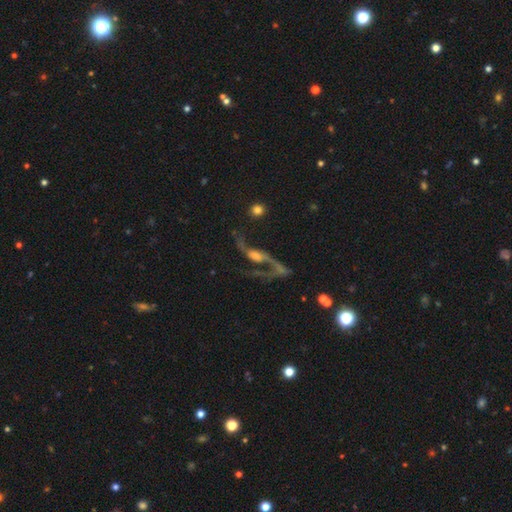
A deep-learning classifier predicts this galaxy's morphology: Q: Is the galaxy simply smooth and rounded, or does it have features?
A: featured or disk — 84%.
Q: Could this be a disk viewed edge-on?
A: no — 90%.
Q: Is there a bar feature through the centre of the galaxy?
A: no — 46%.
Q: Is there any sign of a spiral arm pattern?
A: yes — 92%.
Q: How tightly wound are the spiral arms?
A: loose — 86%.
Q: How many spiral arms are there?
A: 2 — 86%.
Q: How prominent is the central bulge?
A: moderate — 43%.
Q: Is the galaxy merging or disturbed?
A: none — 46%.